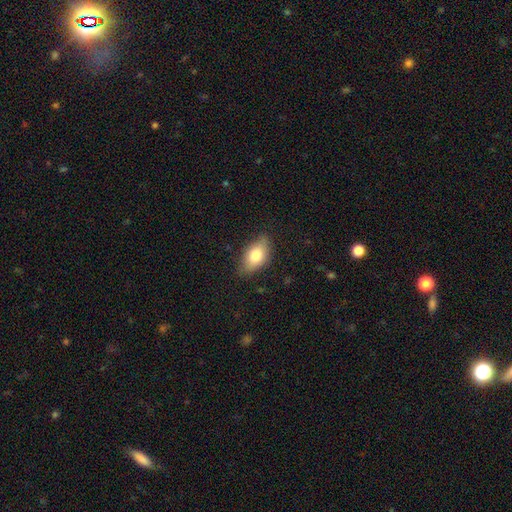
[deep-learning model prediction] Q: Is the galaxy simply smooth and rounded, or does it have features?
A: smooth — 77%.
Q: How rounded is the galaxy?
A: in between — 90%.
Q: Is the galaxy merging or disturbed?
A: none — 77%.